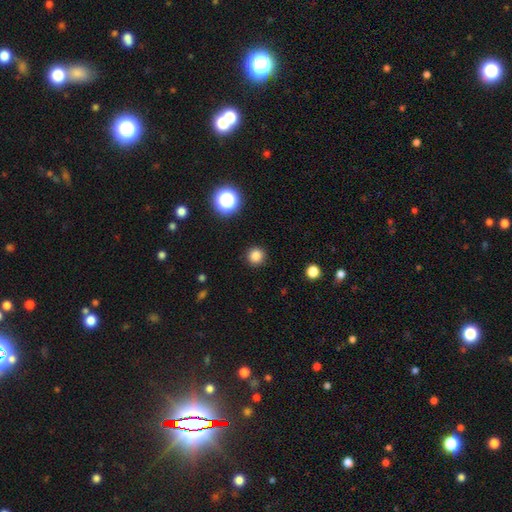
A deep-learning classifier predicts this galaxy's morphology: Overall: smooth (82%). How rounded: round (95%). Merging: none (92%).